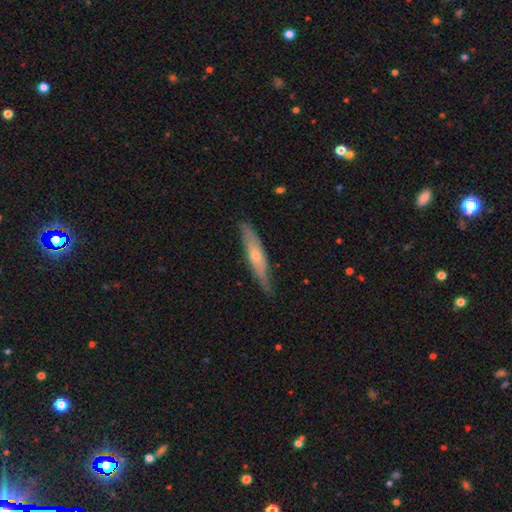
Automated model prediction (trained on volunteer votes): This is possibly a featured or disk galaxy (57%). It is likely viewed edge-on (79%). Merging: likely none (76%).